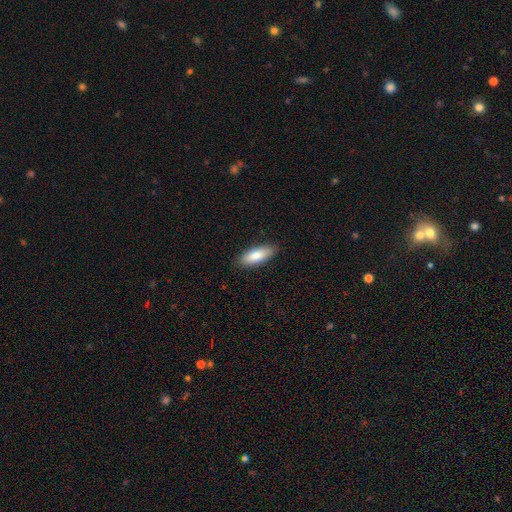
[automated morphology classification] Smooth or featured? Predicted: smooth (p=0.80). How rounded? Predicted: in between (p=0.71). Merging? Predicted: none (p=0.88).